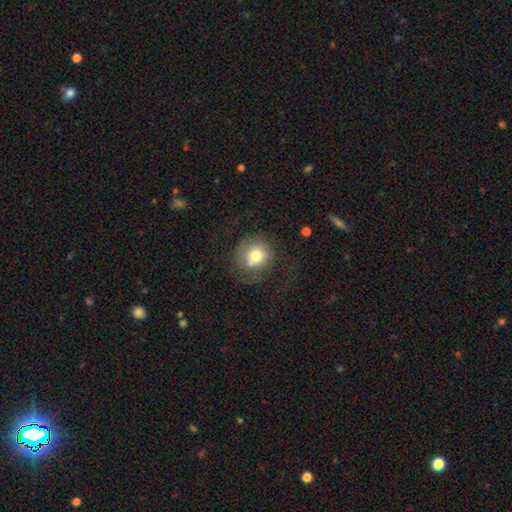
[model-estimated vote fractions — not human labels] A smooth galaxy with no disk features (66%) that is round (87%). Merging: none (52%).